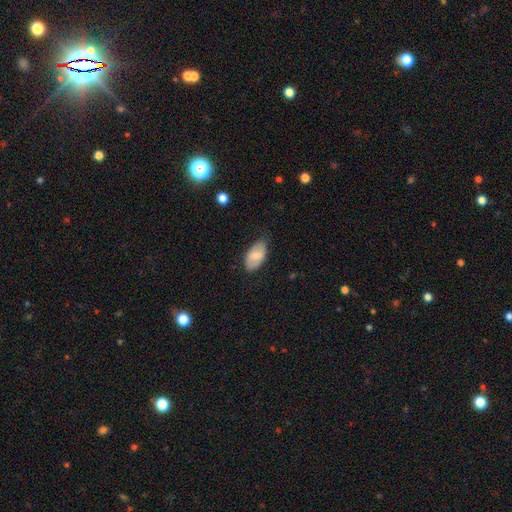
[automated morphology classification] smooth_or_featured: smooth (p=0.70) [alt: featured or disk p=0.24]
how_rounded: in between (p=0.94) [alt: round p=0.04]
merging: none (p=0.70) [alt: minor disturbance p=0.24]